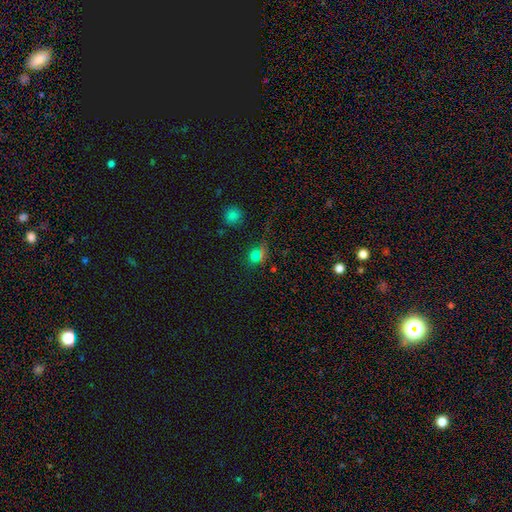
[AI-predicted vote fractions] Q: Smooth or featured?
A: smooth (53%); runner-up: star or artifact (39%)
Q: How rounded?
A: round (71%); runner-up: in between (26%)
Q: Merging?
A: none (71%); runner-up: minor disturbance (13%)